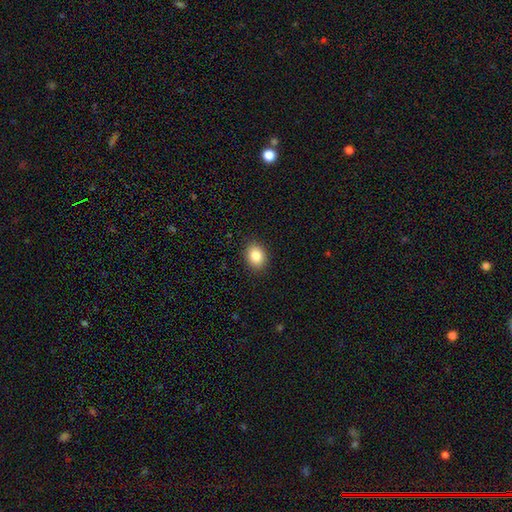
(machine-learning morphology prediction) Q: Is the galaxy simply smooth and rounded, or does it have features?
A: smooth — 85%.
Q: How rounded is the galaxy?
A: in between — 58%.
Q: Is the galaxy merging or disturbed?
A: none — 89%.